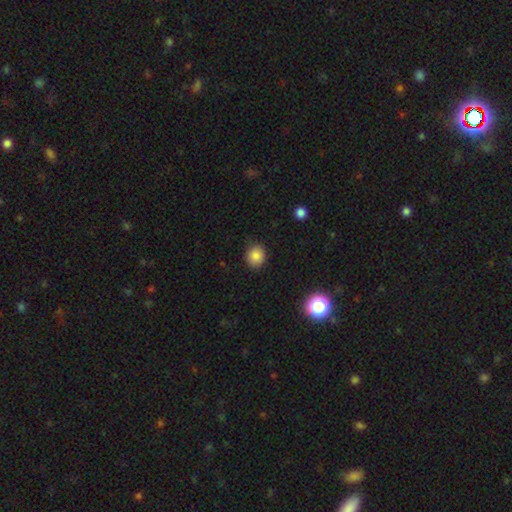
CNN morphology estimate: Smooth or featured? smooth (84%)
How rounded? round (81%)
Merging? none (86%)